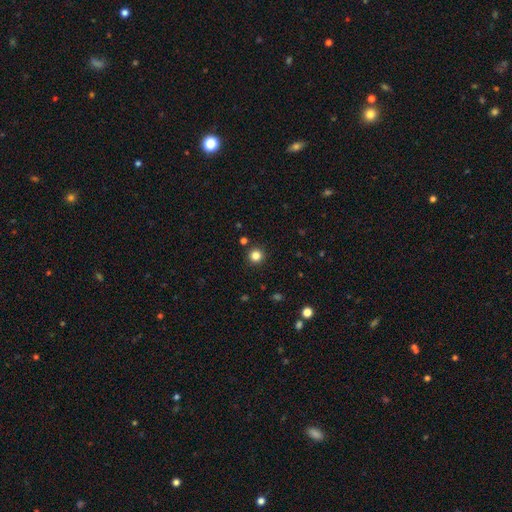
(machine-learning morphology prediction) smooth 83%, star or artifact 13%, featured or disk 4%. Down the decision tree: how rounded — round (96%); merging — none (92%).